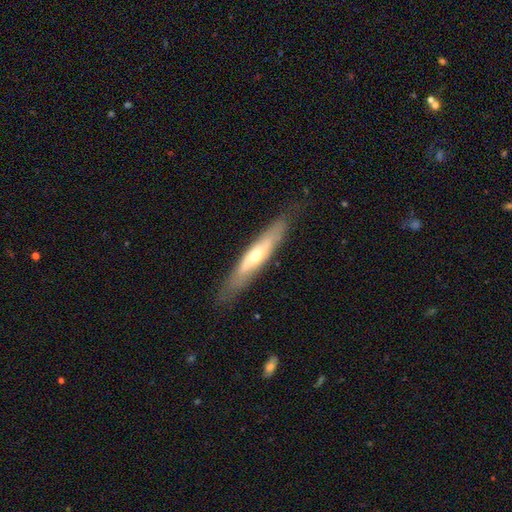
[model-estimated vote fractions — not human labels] A featured or disk galaxy (54%) viewed edge-on (66%).

Vote fractions:
- Smooth or featured? featured or disk: 54% / smooth: 40% / star or artifact: 6%
- Edge-on disk? yes: 66% / no: 34%
- Merging? none: 81% / minor disturbance: 14% / major disturbance: 4% / merger: 1%